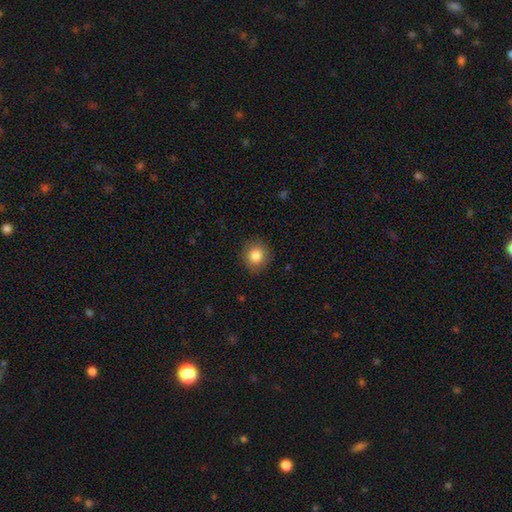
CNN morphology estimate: The model was most divided on "how rounded": round: 86%, in between: 13%, cigar-shaped: 1%. More confident: merging — none (88%); smooth or featured — smooth (84%).